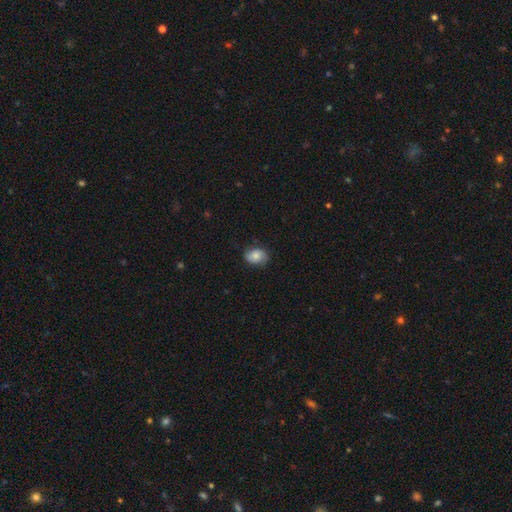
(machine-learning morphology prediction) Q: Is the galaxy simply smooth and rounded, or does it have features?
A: smooth — 79%.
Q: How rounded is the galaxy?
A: in between — 71%.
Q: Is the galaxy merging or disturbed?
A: none — 77%.